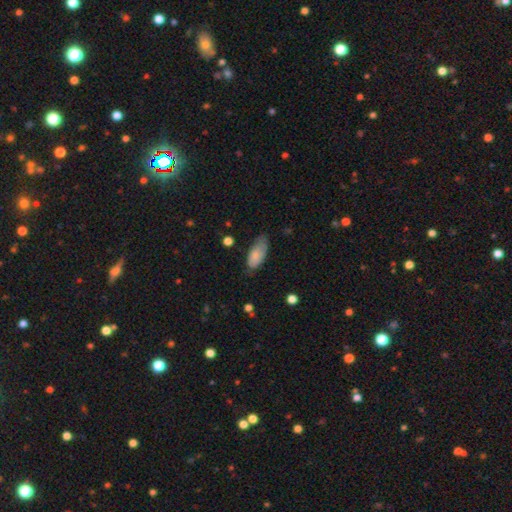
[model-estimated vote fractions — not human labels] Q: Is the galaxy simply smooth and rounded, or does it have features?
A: smooth — 77%.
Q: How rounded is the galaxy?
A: in between — 88%.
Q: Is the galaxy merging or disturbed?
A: none — 52%.